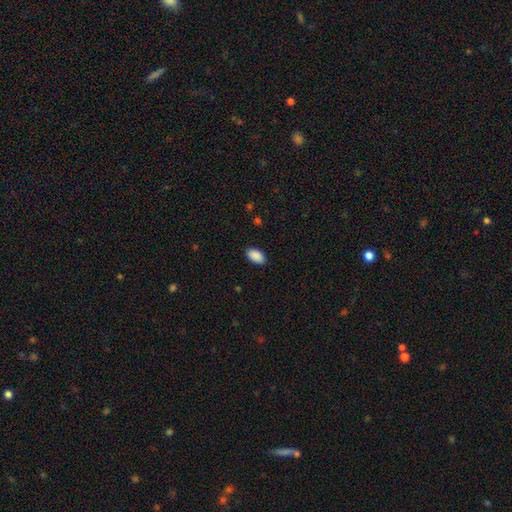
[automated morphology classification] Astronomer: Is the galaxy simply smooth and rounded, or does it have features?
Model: smooth — 91%.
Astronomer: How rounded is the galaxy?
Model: in between — 95%.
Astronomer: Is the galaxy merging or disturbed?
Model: none — 88%.